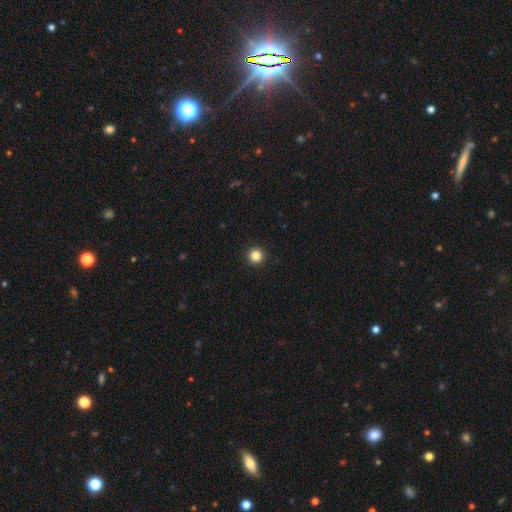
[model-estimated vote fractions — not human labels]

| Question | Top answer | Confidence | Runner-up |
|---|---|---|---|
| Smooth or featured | smooth | 84% | star or artifact (12%) |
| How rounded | round | 96% | in between (3%) |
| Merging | none | 94% | minor disturbance (4%) |